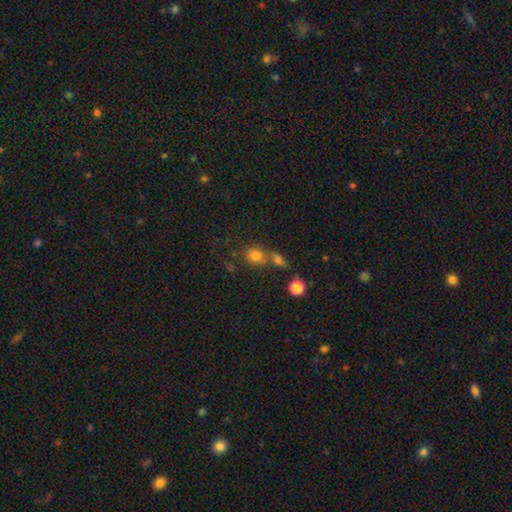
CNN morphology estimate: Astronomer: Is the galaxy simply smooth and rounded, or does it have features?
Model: smooth — 75%.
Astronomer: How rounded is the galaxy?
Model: round — 64%.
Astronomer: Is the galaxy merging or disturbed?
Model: none — 45% (runner-up: merger, 39%).